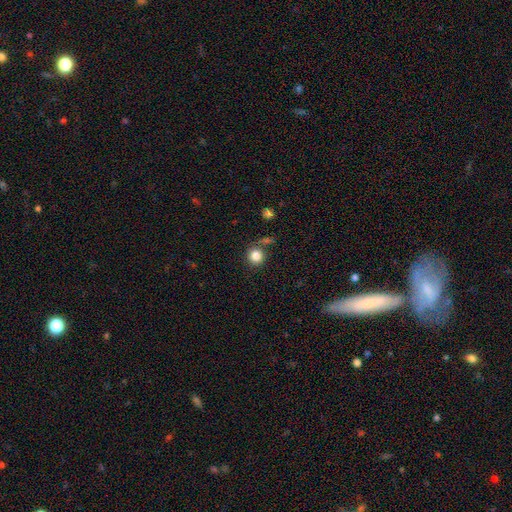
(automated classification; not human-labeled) This appears to be a smooth galaxy with no disk features (83%) that is round (90%). Merging: none (77%).